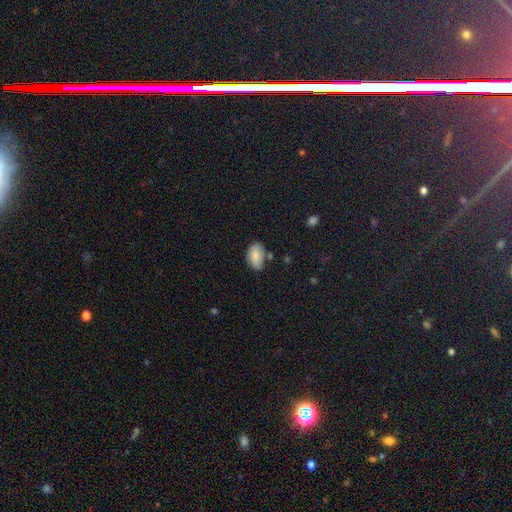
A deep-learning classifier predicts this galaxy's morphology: smooth 79%, featured or disk 14%, star or artifact 8%. Down the decision tree: how rounded — in between (90%); merging — none (63%).